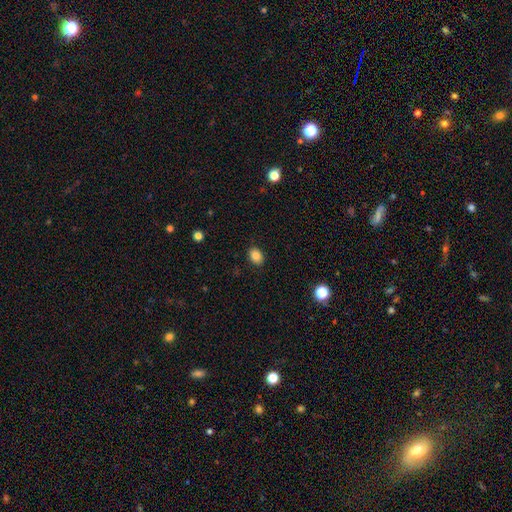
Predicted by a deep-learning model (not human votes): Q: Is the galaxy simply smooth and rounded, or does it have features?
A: smooth — 85%.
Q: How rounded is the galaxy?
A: in between — 68%.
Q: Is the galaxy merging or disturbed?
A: none — 88%.